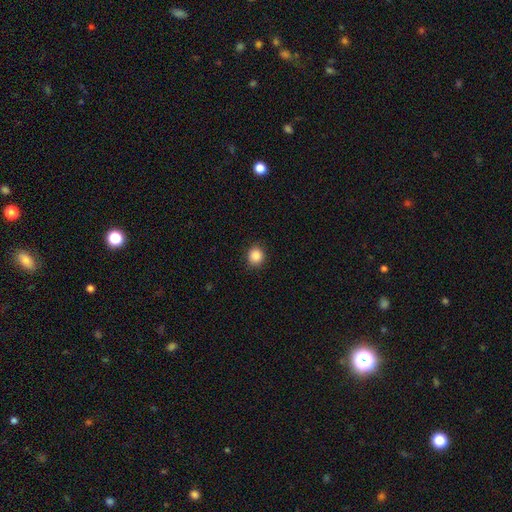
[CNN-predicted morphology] The model was most divided on "how rounded": round: 87%, in between: 12%, cigar-shaped: 1%. More confident: merging — none (90%); smooth or featured — smooth (87%).